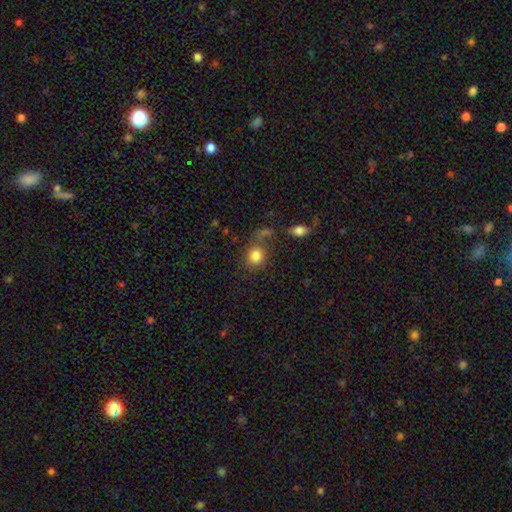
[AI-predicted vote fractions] Smooth or featured?
  - smooth: 84% *
  - star or artifact: 9%
  - featured or disk: 7%
How rounded?
  - round: 79% *
  - in between: 19%
  - cigar-shaped: 1%
Merging?
  - none: 62% *
  - merger: 17%
  - minor disturbance: 13%
  - major disturbance: 8%